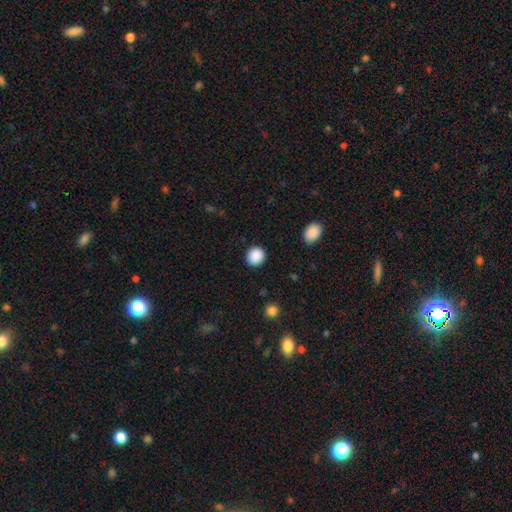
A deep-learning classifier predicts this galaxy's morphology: type=smooth (89%); roundness=round (89%); merging=none (91%).